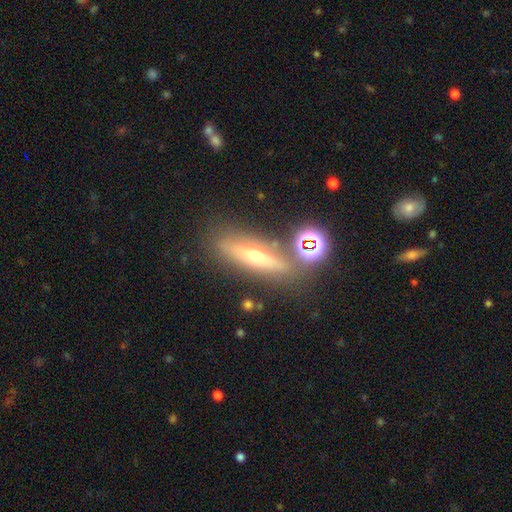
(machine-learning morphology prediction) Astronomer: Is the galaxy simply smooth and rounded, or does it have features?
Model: featured or disk — 50% (runner-up: smooth, 35%).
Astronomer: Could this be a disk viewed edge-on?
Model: yes — 77%.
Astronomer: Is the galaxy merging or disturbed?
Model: none — 70%.